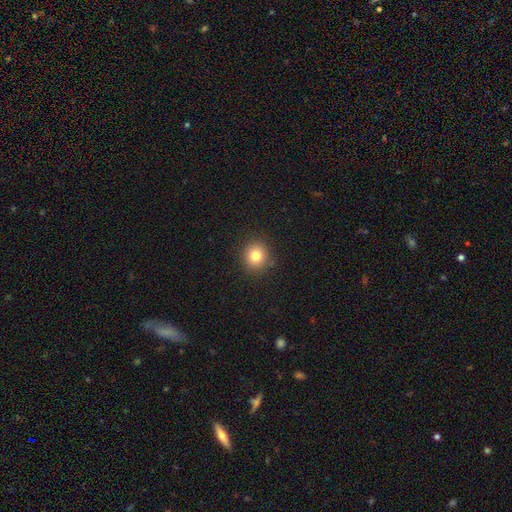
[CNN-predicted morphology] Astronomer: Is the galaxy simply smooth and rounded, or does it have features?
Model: smooth — 81%.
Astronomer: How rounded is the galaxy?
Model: round — 86%.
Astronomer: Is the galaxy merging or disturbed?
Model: none — 88%.